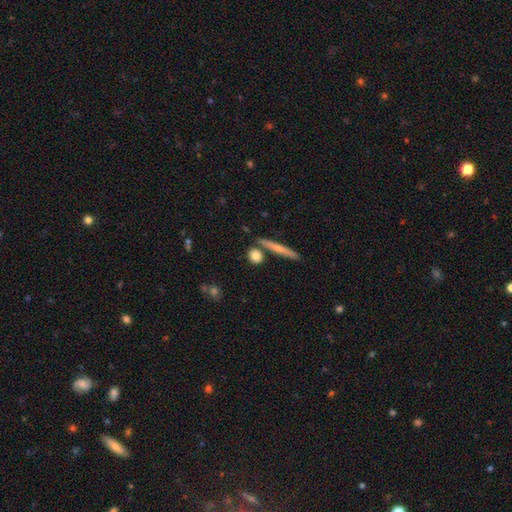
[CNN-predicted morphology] Smooth or featured: smooth — 79% (featured or disk — 13%)
How rounded: round — 61% (in between — 24%)
Merging: none — 76% (merger — 12%)